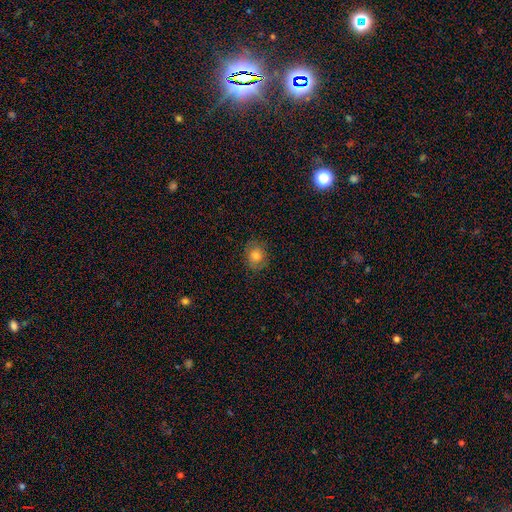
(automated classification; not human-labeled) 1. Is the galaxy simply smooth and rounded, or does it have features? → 73% smooth, 16% featured or disk, 11% star or artifact.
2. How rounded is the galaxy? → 65% round, 34% in between, 1% cigar-shaped.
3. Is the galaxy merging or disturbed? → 83% none, 13% minor disturbance, 4% major disturbance, 1% merger.